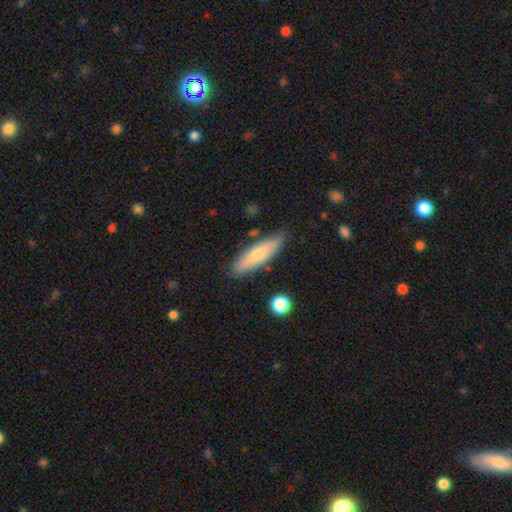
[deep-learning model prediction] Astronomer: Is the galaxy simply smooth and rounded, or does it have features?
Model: smooth — 72%.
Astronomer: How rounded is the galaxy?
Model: cigar-shaped — 68%.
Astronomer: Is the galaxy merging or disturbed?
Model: none — 82%.